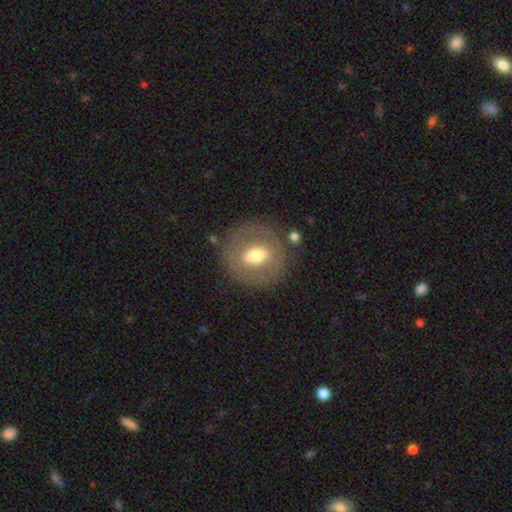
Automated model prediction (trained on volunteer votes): This is possibly a featured or disk galaxy (51%). It is clearly not viewed edge-on (87%). Merging: clearly none (80%).